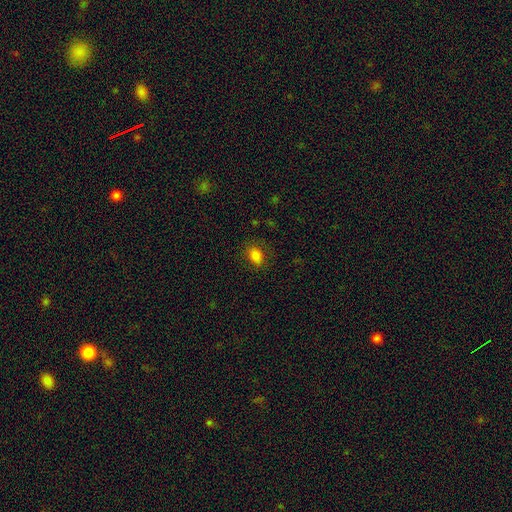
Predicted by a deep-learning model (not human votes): The model was most divided on "how rounded": in between: 76%, round: 23%, cigar-shaped: 1%. More confident: smooth or featured — smooth (82%); merging — none (81%).